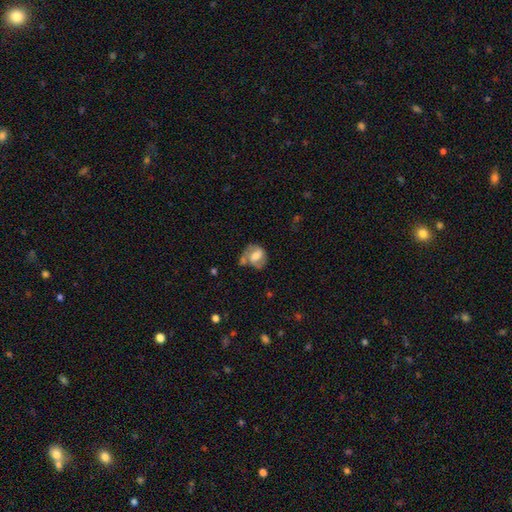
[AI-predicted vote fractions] smooth-or-featured: featured or disk: 48% | smooth: 44% | star or artifact: 8%
  merging: none: 45% | minor disturbance: 24% | merger: 16% | major disturbance: 15%